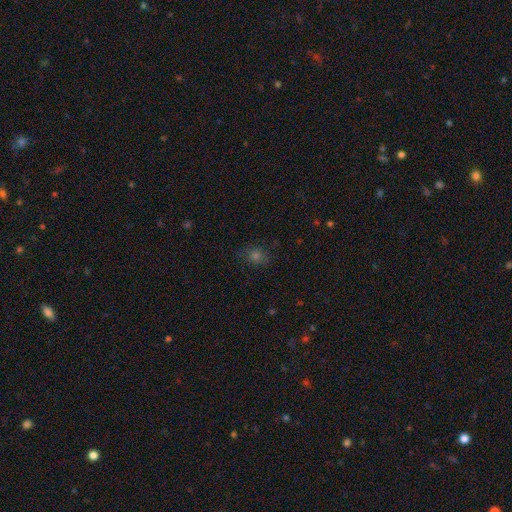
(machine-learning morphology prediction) Smooth or featured: smooth — 65% (star or artifact — 27%)
How rounded: round — 62% (in between — 37%)
Merging: none — 82% (minor disturbance — 12%)